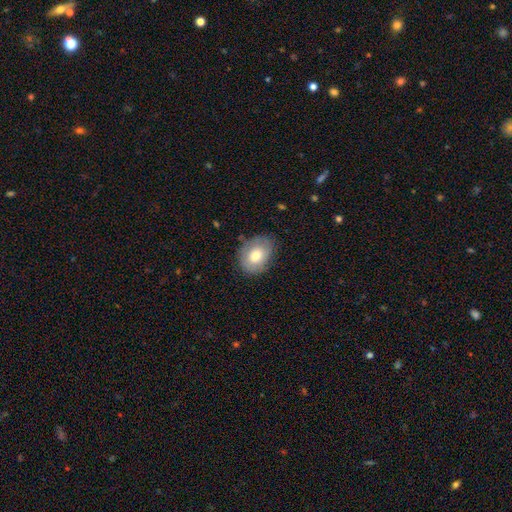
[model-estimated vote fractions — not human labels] smooth 68%, featured or disk 24%, star or artifact 8%. Down the decision tree: how rounded — in between (60%); merging — none (76%).